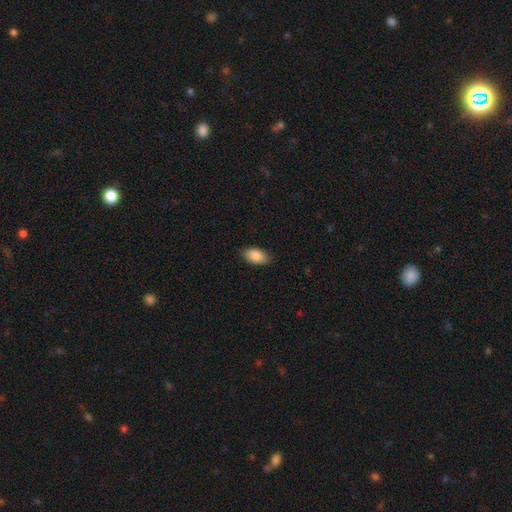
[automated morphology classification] Smooth or featured: smooth — 88% (star or artifact — 7%)
How rounded: in between — 93% (round — 4%)
Merging: none — 86% (minor disturbance — 11%)